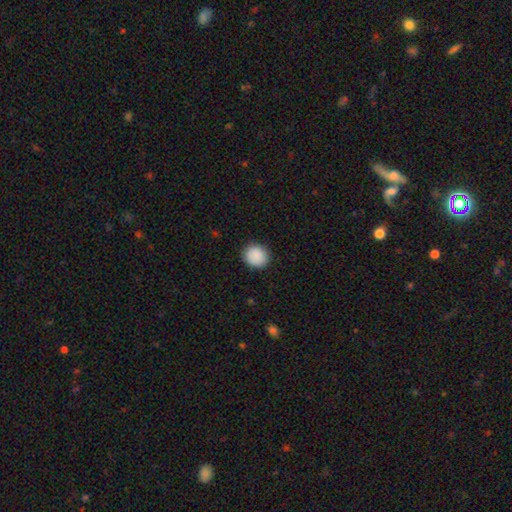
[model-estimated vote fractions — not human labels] Smooth or featured? Predicted: smooth (p=0.90). How rounded? Predicted: round (p=0.86). Merging? Predicted: none (p=0.90).